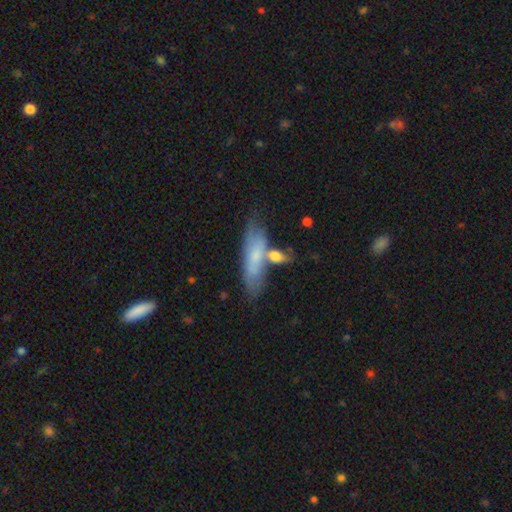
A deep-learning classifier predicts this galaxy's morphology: A smooth galaxy with no disk features (60%) that is cigar-shaped (62%).

Vote fractions:
- Smooth or featured? smooth: 60% / featured or disk: 33% / star or artifact: 7%
- How rounded? cigar-shaped: 62% / in between: 36% / round: 3%
- Merging? none: 54% / merger: 21% / minor disturbance: 18% / major disturbance: 6%